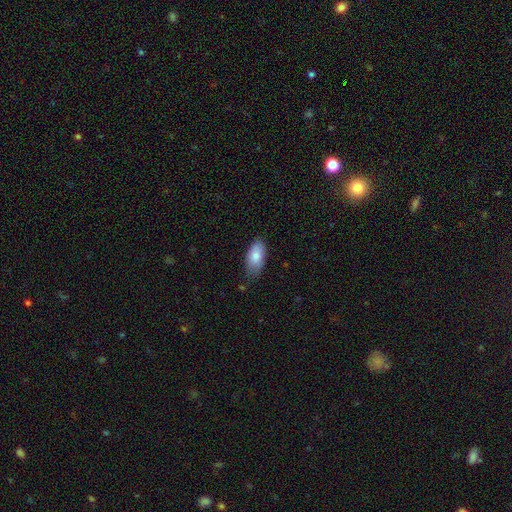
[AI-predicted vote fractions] Smooth or featured? Predicted: smooth (p=0.82). How rounded? Predicted: in between (p=0.93). Merging? Predicted: none (p=0.72).